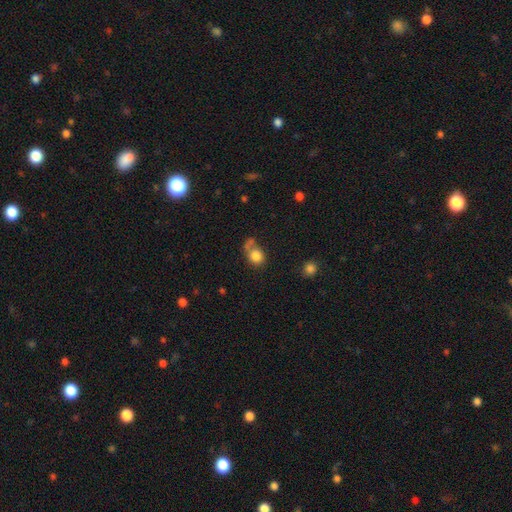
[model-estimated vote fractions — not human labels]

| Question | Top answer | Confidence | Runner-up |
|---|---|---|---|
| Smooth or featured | smooth | 81% | star or artifact (10%) |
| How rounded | round | 67% | in between (32%) |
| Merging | none | 45% | merger (24%) |